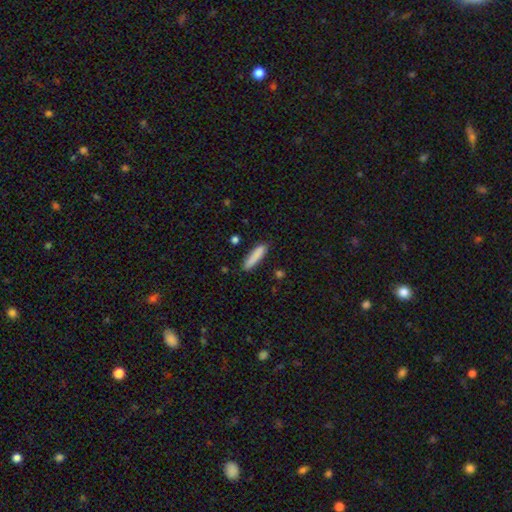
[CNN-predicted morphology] This is clearly a smooth galaxy (86%). How rounded: clearly cigar-shaped (83%). Merging: clearly none (85%).